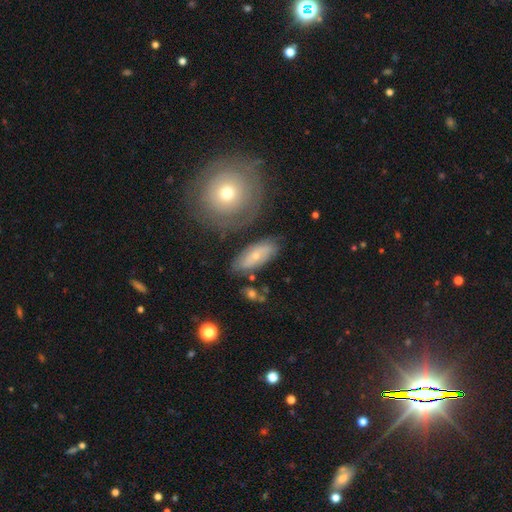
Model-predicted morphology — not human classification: Smooth or featured: featured or disk — 48% (smooth — 44%)
Merging: none — 73% (minor disturbance — 17%)